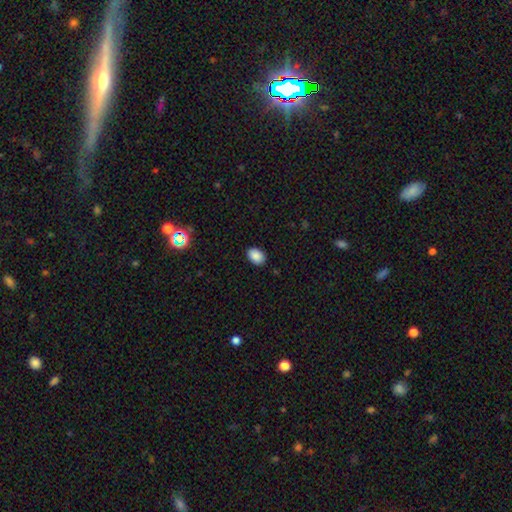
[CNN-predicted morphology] The model was most divided on "how rounded": in between: 82%, round: 17%, cigar-shaped: 1%. More confident: smooth or featured — smooth (88%); merging — none (88%).